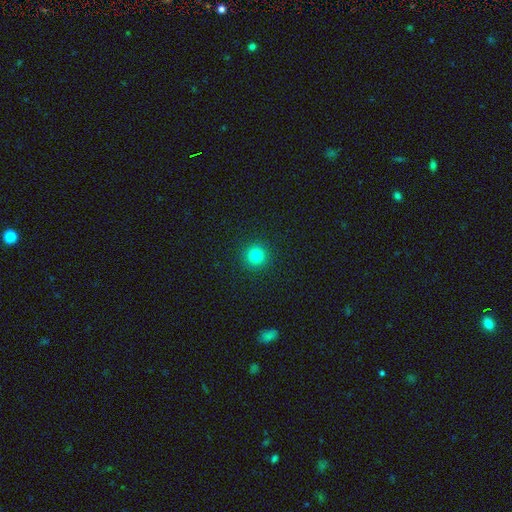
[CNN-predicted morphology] smooth-or-featured: smooth: 81% | star or artifact: 14% | featured or disk: 6%
  how-rounded: round: 95% | in between: 4% | cigar-shaped: 1%
  merging: none: 93% | minor disturbance: 5% | major disturbance: 2% | merger: 1%